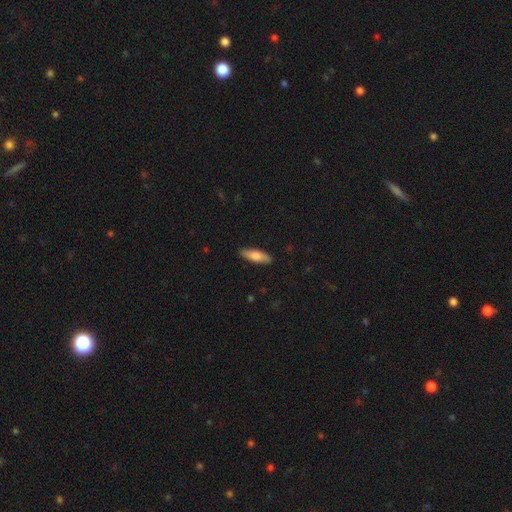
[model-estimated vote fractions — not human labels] smooth-or-featured: smooth: 72% | featured or disk: 22% | star or artifact: 5%
  how-rounded: cigar-shaped: 49% (tied) | in between: 49% (tied) | round: 2%
  merging: none: 88% | minor disturbance: 10% | major disturbance: 2% | merger: 1%